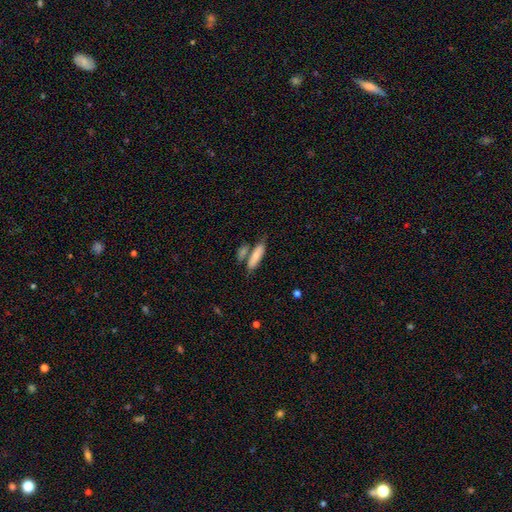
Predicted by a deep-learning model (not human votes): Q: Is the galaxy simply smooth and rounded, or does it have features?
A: smooth — 78%.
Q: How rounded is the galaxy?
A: cigar-shaped — 50%.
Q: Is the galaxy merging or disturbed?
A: none — 50%.